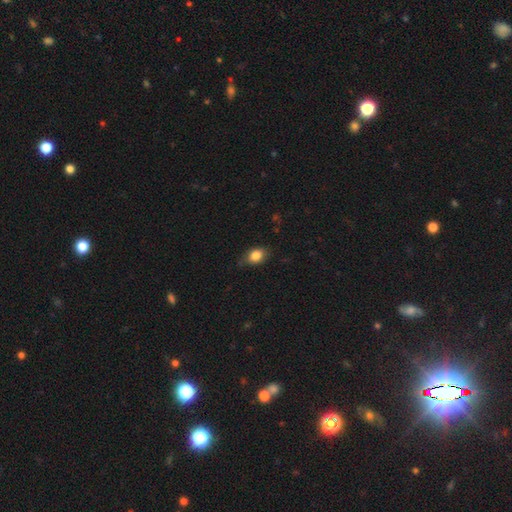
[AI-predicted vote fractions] Overall: smooth (83%). How rounded: in between (69%; round 29%). Merging: none (71%).